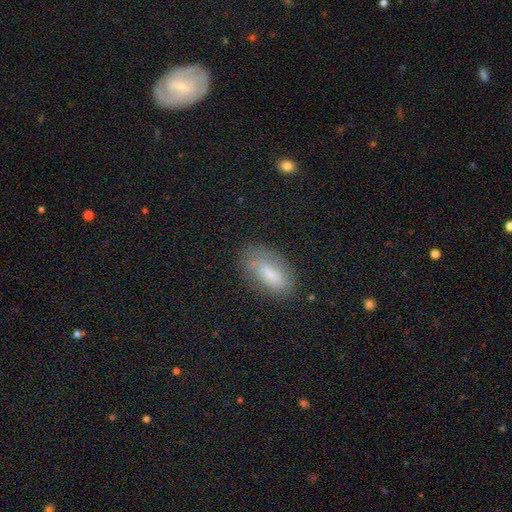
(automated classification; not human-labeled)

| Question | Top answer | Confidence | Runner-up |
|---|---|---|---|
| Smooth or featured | smooth | 56% | featured or disk (23%) |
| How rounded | in between | 89% | cigar-shaped (6%) |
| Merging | none | 79% | minor disturbance (15%) |